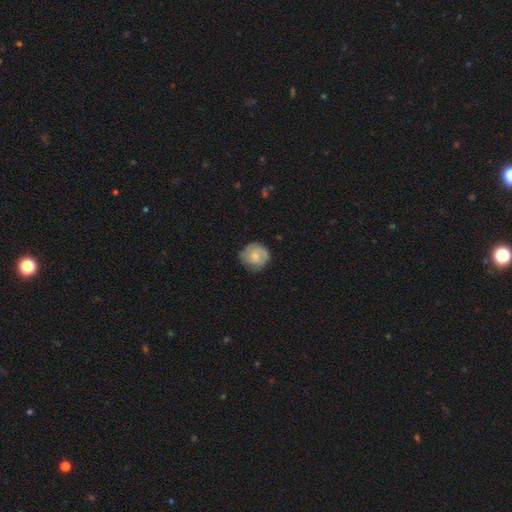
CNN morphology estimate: This is possibly a smooth galaxy (49%). Merging: likely none (69%).